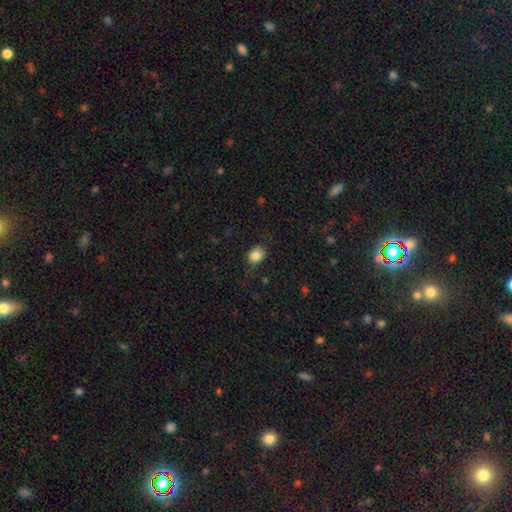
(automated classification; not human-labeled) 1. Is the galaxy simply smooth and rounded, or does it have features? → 85% smooth, 9% star or artifact, 6% featured or disk.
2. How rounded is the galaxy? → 55% round, 44% in between, 1% cigar-shaped.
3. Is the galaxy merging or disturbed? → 72% none, 20% minor disturbance, 7% major disturbance, 1% merger.